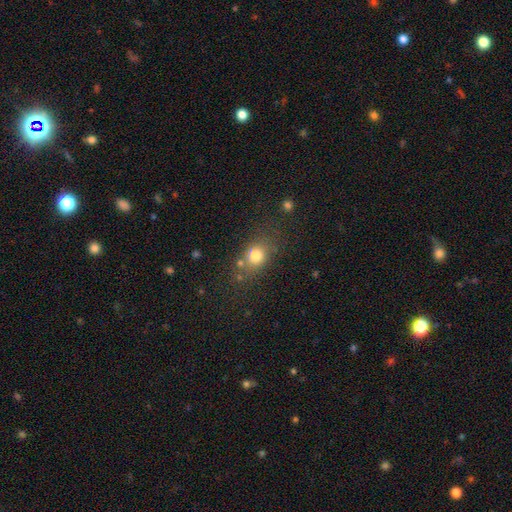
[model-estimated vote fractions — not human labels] Smooth or featured? smooth (77%)
How rounded? round (58%)
Merging? none (64%)